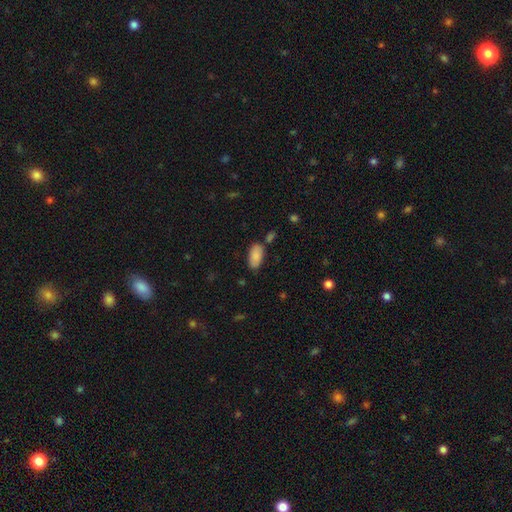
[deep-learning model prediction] smooth_or_featured: smooth (p=0.88) [alt: star or artifact p=0.07]
how_rounded: in between (p=0.93) [alt: cigar-shaped p=0.04]
merging: none (p=0.76) [alt: minor disturbance p=0.15]